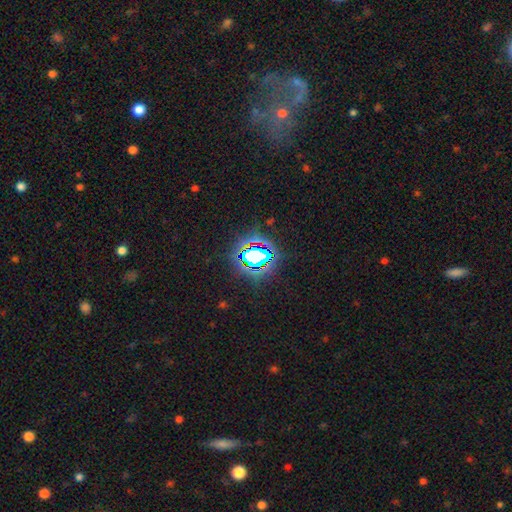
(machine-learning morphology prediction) smooth_or_featured: star or artifact (p=0.70) [alt: smooth p=0.18]